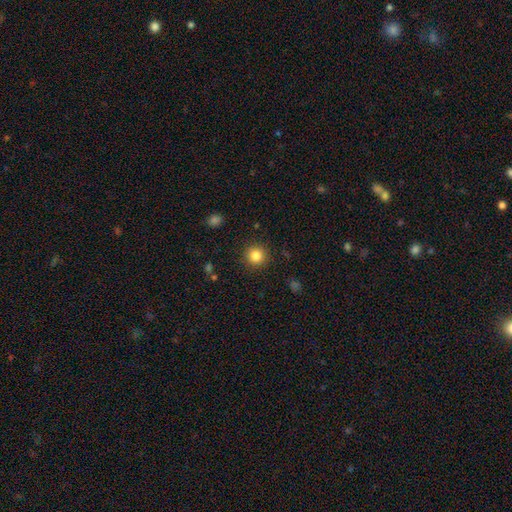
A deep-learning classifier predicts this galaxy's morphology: smooth_or_featured: smooth (p=0.84) [alt: star or artifact p=0.11]
how_rounded: round (p=0.95) [alt: in between p=0.04]
merging: none (p=0.91) [alt: minor disturbance p=0.06]